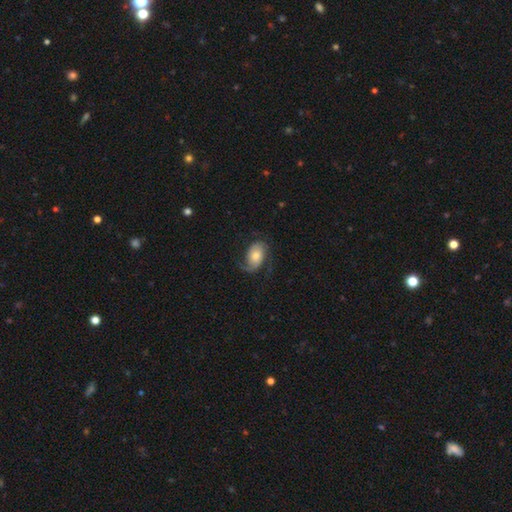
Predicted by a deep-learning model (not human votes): smooth-or-featured: featured or disk: 64% | smooth: 29% | star or artifact: 7%
  disk-edge-on: no: 96% | yes: 4%
    bar: no: 72% | weak: 23% | strong: 6%
    has-spiral-arms: yes: 91% | no: 9%
      spiral-winding: loose: 40% | medium: 39% | tight: 20%
      spiral-arm-count: 2: 69% | 1: 21% | can't tell: 6% | 3: 2% | 4: 1% | more than 4: 1%
    bulge-size: moderate: 49% | small: 24% | large: 18% | none: 4% | dominant: 4%
  merging: none: 61% | minor disturbance: 21% | major disturbance: 17% | merger: 1%